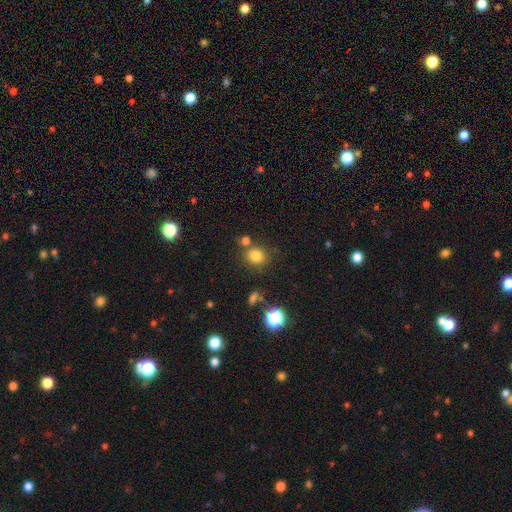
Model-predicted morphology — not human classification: smooth-or-featured: smooth: 79% | star or artifact: 14% | featured or disk: 6%
  how-rounded: round: 79% | in between: 20% | cigar-shaped: 1%
  merging: none: 73% | merger: 13% | minor disturbance: 10% | major disturbance: 4%